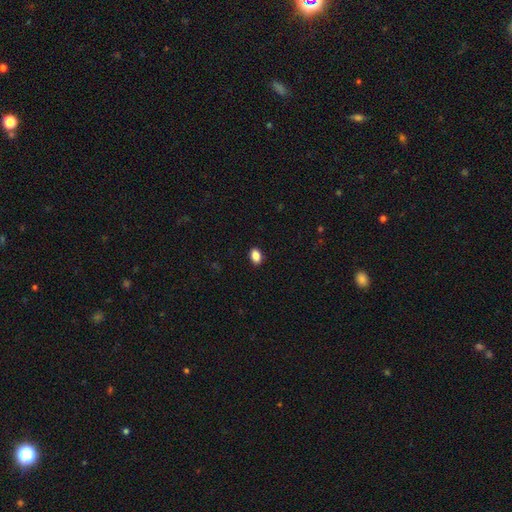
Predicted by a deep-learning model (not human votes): Smooth or featured: smooth — 87% (star or artifact — 9%)
How rounded: in between — 86% (round — 12%)
Merging: none — 89% (minor disturbance — 8%)